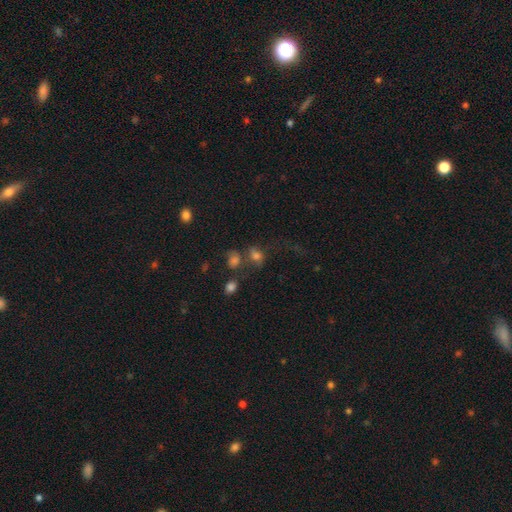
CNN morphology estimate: smooth_or_featured: smooth (p=0.54) [alt: star or artifact p=0.27]
how_rounded: round (p=0.54) [alt: in between p=0.43]
merging: none (p=0.38) [alt: merger p=0.34]